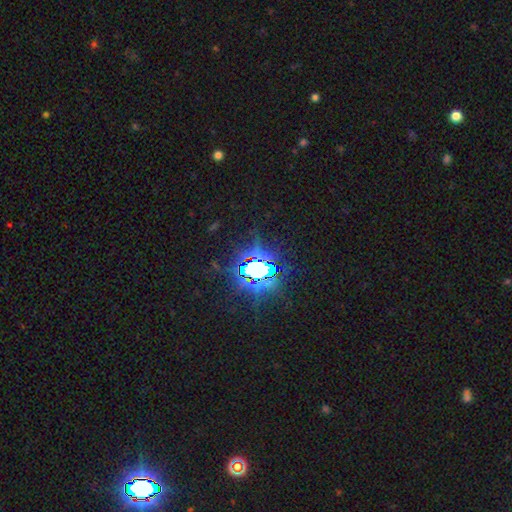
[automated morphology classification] Smooth or featured?
  - star or artifact: 83% *
  - smooth: 9%
  - featured or disk: 8%